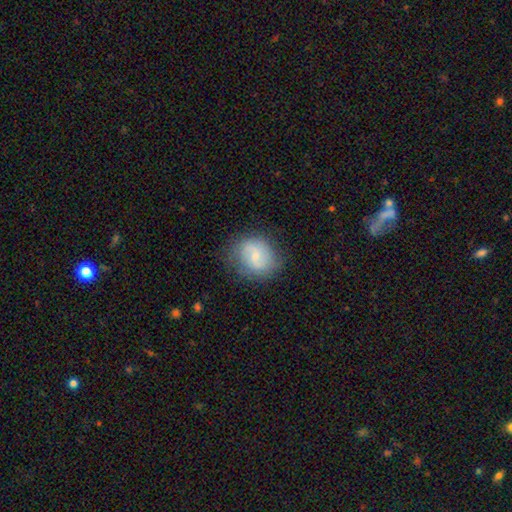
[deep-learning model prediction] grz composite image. It shows a smooth galaxy with no disk features (50%) that is round (74%). Merging: none (75%).